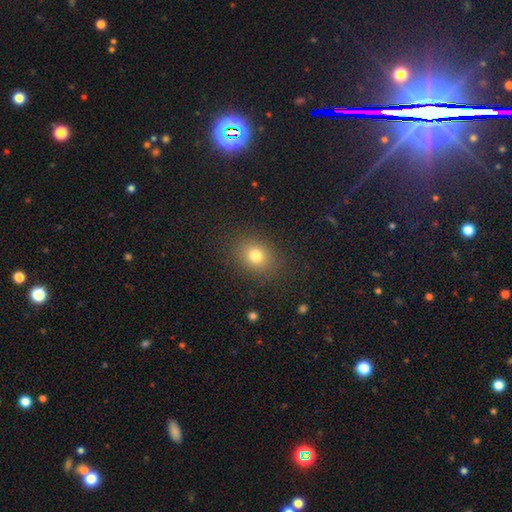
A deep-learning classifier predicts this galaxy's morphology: Q: Smooth or featured?
A: smooth (78%); runner-up: star or artifact (13%)
Q: How rounded?
A: round (54%); runner-up: in between (45%)
Q: Merging?
A: none (87%); runner-up: minor disturbance (9%)